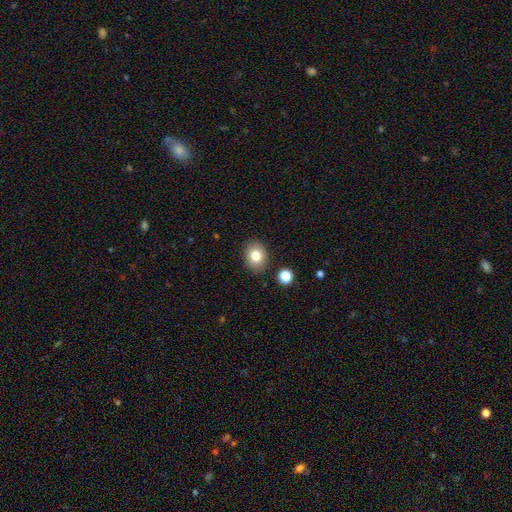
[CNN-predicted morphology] A smooth galaxy with no disk features (80%) that is round (54%).

Vote fractions:
- Smooth or featured? smooth: 80% / star or artifact: 10% / featured or disk: 10%
- How rounded? round: 54% / in between: 46% / cigar-shaped: 1%
- Merging? none: 87% / minor disturbance: 8% / merger: 2% / major disturbance: 2%